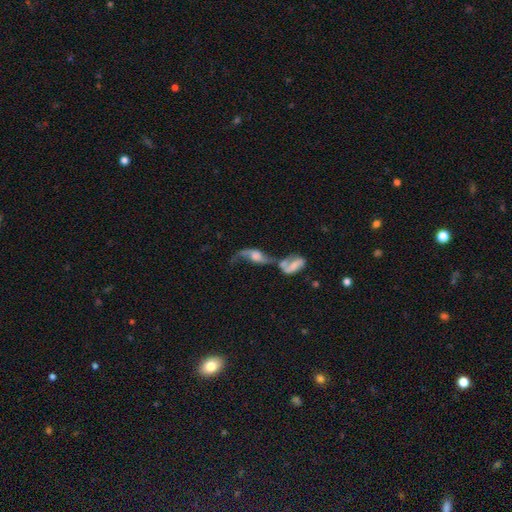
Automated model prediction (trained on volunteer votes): A featured or disk galaxy (78%) with no bar (55%), 2 (84%) loose (88%) spiral arms (89%) and a moderate central bulge (33%).

Vote fractions:
- Smooth or featured? featured or disk: 78% / smooth: 15% / star or artifact: 8%
- Edge-on disk? no: 88% / yes: 12%
- Bar? no: 55% / weak: 32% / strong: 12%
- Spiral arms? yes: 89% / no: 11%
- Spiral winding? loose: 88% / medium: 9% / tight: 3%
- Spiral arm count? 2: 84% / 1: 10% / can't tell: 3% / 3: 1% / 4: 1% / more than 4: 1%
- Bulge size? moderate: 33% / large: 26% / none: 18% / small: 17% / dominant: 5%
- Merging? merger: 53% / none: 23% / major disturbance: 14% / minor disturbance: 10%